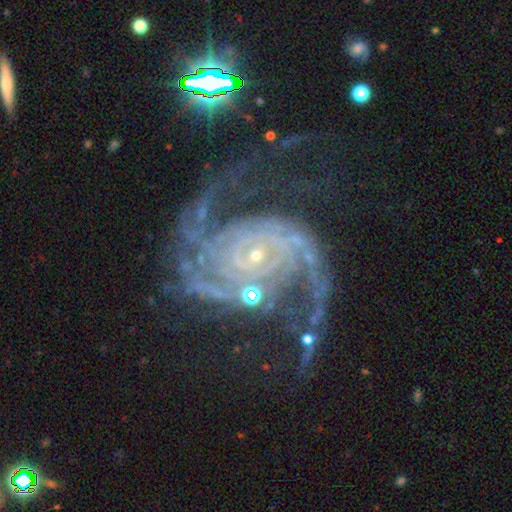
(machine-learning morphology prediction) Smooth or featured?
  - featured or disk: 92% *
  - star or artifact: 6%
  - smooth: 2%
Edge-on disk?
  - no: 98% *
  - yes: 2%
Bar?
  - no: 61% *
  - weak: 26%
  - strong: 12%
Spiral arms?
  - yes: 98% *
  - no: 2%
Spiral winding?
  - medium: 55% *
  - tight: 25%
  - loose: 20%
Spiral arm count?
  - 2: 73% *
  - 3: 9%
  - can't tell: 6%
  - 4: 4%
  - 1: 4%
  - more than 4: 4%
Bulge size?
  - small: 84% *
  - moderate: 10%
  - none: 3%
  - large: 1%
  - dominant: 1%
Merging?
  - none: 59% *
  - major disturbance: 20%
  - minor disturbance: 17%
  - merger: 5%